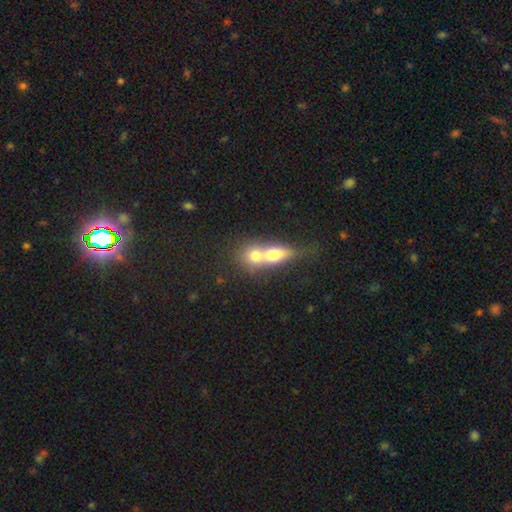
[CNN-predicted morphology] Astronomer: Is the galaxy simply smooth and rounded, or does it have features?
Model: smooth — 68%.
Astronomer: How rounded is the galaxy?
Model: in between — 47% (runner-up: round, 45%).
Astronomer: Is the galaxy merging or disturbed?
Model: merger — 75%.